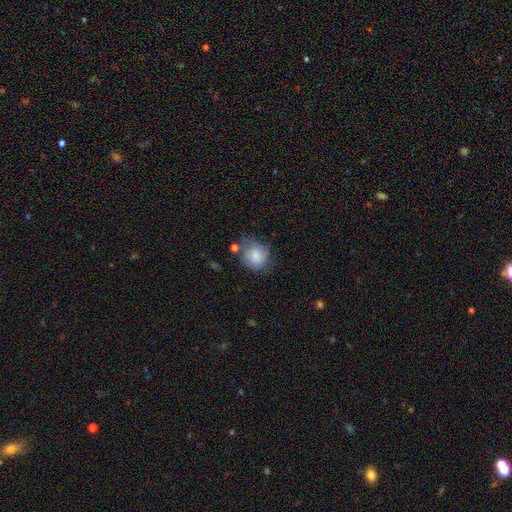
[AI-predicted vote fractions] This is likely a smooth galaxy (78%). How rounded: likely round (71%). Merging: possibly none (52%).